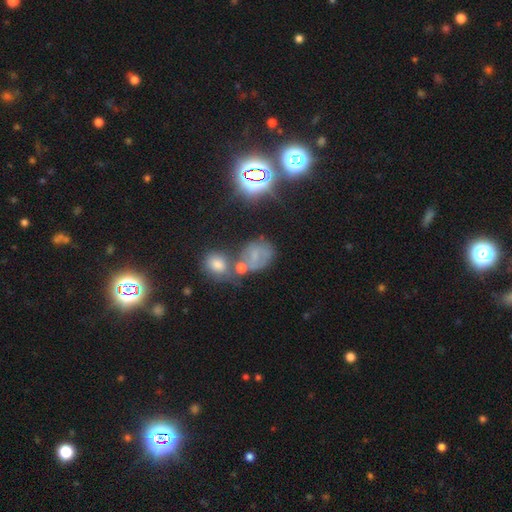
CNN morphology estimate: Smooth or featured: smooth — 47% (featured or disk — 27%)
Merging: none — 35% (merger — 32%)